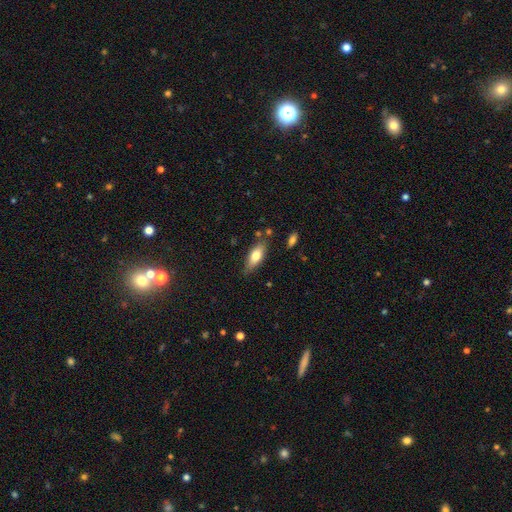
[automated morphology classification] Smooth or featured? smooth (73%)
How rounded? in between (74%)
Merging? none (75%)